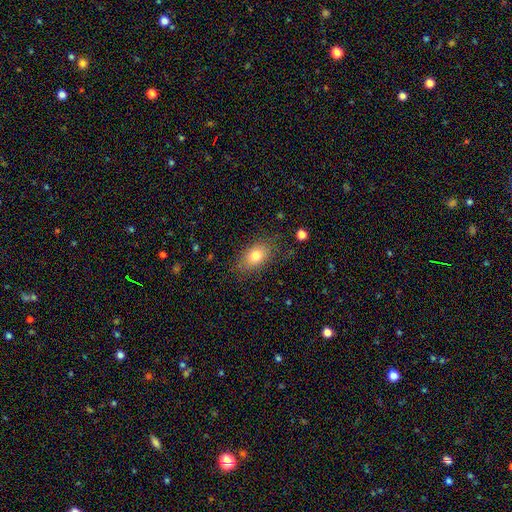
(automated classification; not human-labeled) Smooth or featured? smooth (79%)
How rounded? in between (82%)
Merging? none (78%)